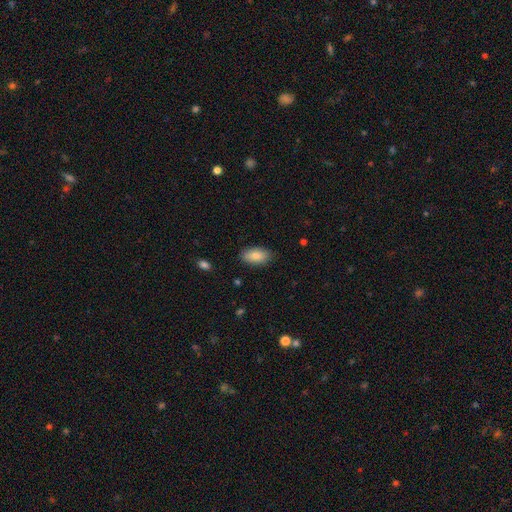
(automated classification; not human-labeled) This appears to be a smooth galaxy with no disk features (86%) that is in between round and cigar-shaped (93%). Merging: none (86%).